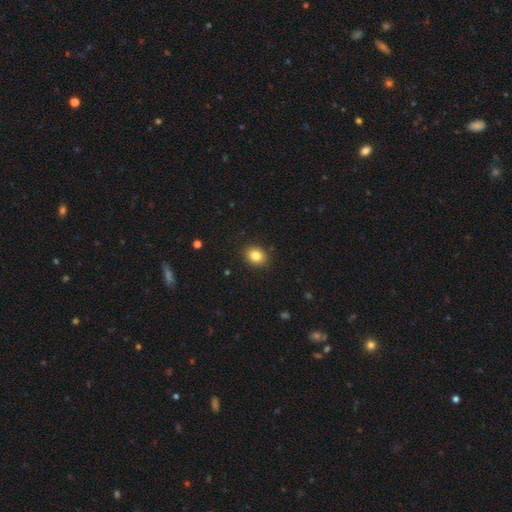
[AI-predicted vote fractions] Smooth or featured? smooth (84%)
How rounded? round (50%)
Merging? none (90%)